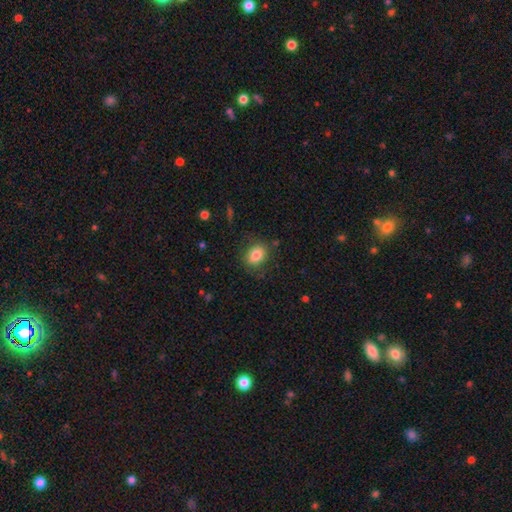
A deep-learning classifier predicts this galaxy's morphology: Smooth or featured?
  - smooth: 82% *
  - star or artifact: 9%
  - featured or disk: 9%
How rounded?
  - in between: 64% *
  - round: 35%
  - cigar-shaped: 1%
Merging?
  - none: 80% *
  - minor disturbance: 14%
  - major disturbance: 4%
  - merger: 2%